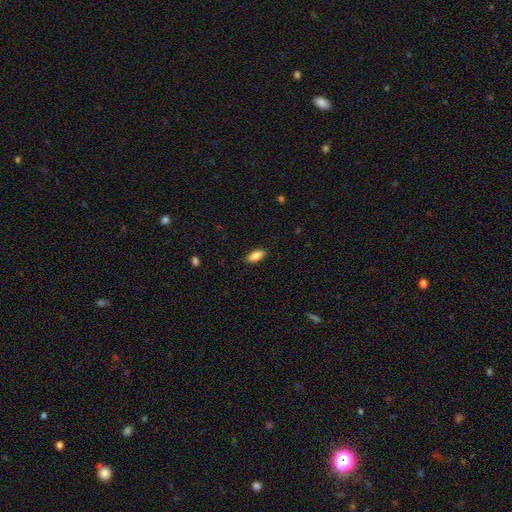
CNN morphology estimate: Smooth or featured? Predicted: smooth (p=0.84). How rounded? Predicted: in between (p=0.83). Merging? Predicted: none (p=0.87).